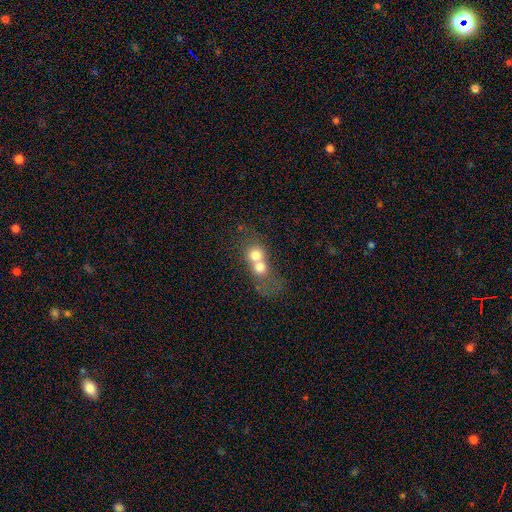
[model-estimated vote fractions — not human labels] smooth-or-featured: smooth: 66% | featured or disk: 24% | star or artifact: 10%
  how-rounded: round: 70% | in between: 28% | cigar-shaped: 2%
  merging: merger: 76% | none: 16% | major disturbance: 4% | minor disturbance: 4%